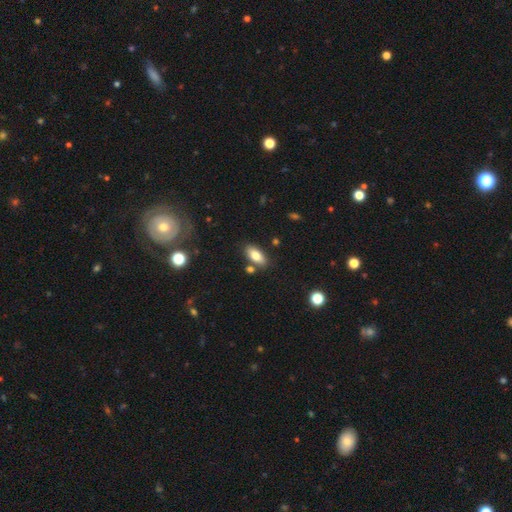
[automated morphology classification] Q: Smooth or featured?
A: smooth (79%); runner-up: featured or disk (13%)
Q: How rounded?
A: in between (87%); runner-up: cigar-shaped (10%)
Q: Merging?
A: none (80%); runner-up: minor disturbance (11%)